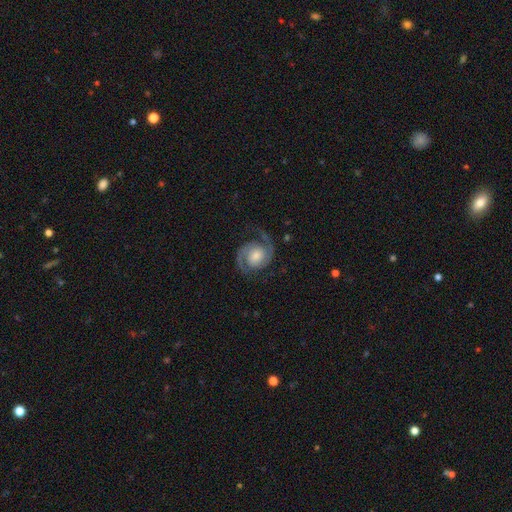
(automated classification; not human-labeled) The model was most divided on "spiral winding": medium: 53%, tight: 31%, loose: 17%. More confident: edge-on disk — no (98%); spiral arms — yes (98%); spiral arm count — 2 (94%); smooth or featured — featured or disk (90%); merging — none (77%); bar — no (63%); bulge size — moderate (51%).